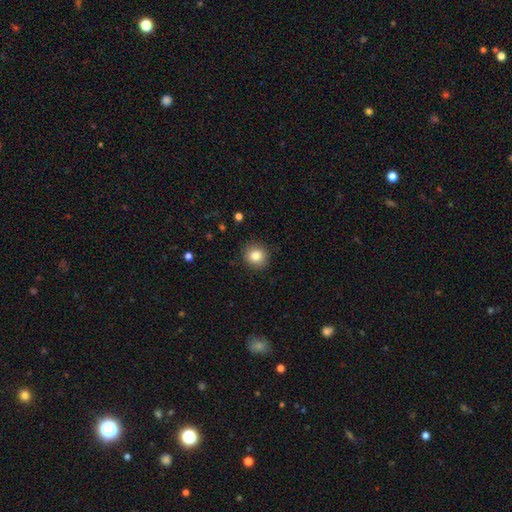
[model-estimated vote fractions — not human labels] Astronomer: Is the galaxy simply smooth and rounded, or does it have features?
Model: smooth — 82%.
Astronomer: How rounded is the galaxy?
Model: round — 90%.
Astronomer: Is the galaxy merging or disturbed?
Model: none — 91%.